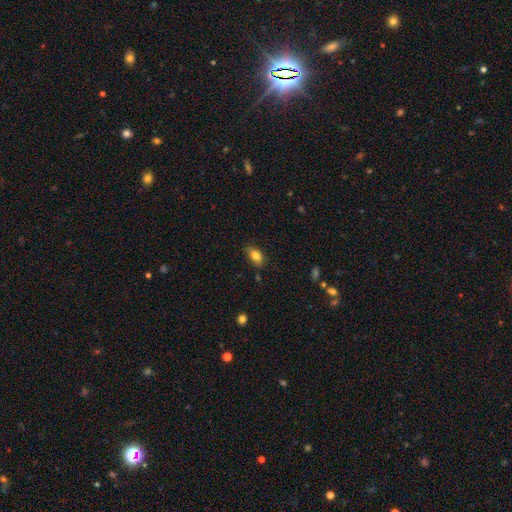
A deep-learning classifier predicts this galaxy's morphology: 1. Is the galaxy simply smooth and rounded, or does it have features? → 83% smooth, 9% star or artifact, 8% featured or disk.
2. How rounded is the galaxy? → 88% in between, 9% round, 4% cigar-shaped.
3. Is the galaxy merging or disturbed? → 81% none, 15% minor disturbance, 3% major disturbance, 2% merger.